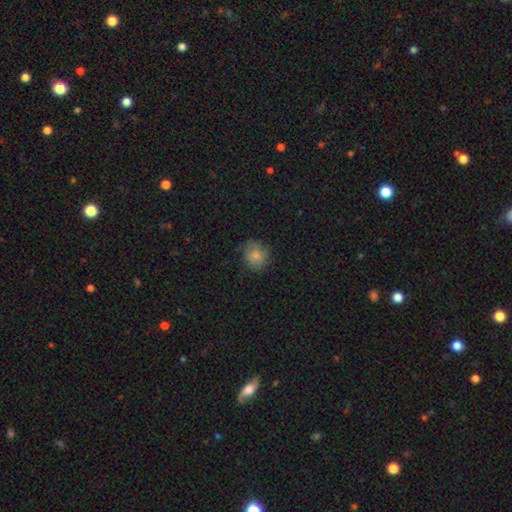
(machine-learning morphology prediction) smooth 80%, featured or disk 11%, star or artifact 9%. Down the decision tree: how rounded — round (74%); merging — none (71%).